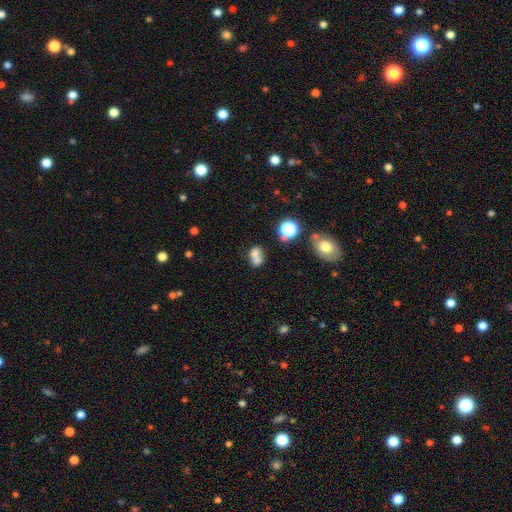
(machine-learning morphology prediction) Smooth or featured? smooth (67%)
How rounded? in between (52%)
Merging? merger (60%)